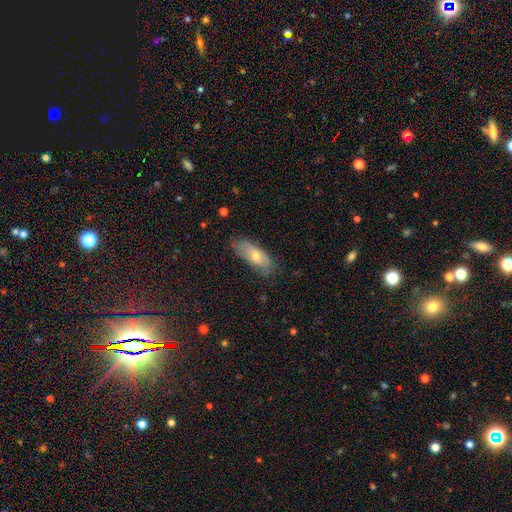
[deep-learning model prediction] Smooth or featured: smooth — 56% (featured or disk — 36%)
How rounded: in between — 69% (cigar-shaped — 28%)
Merging: none — 73% (minor disturbance — 21%)